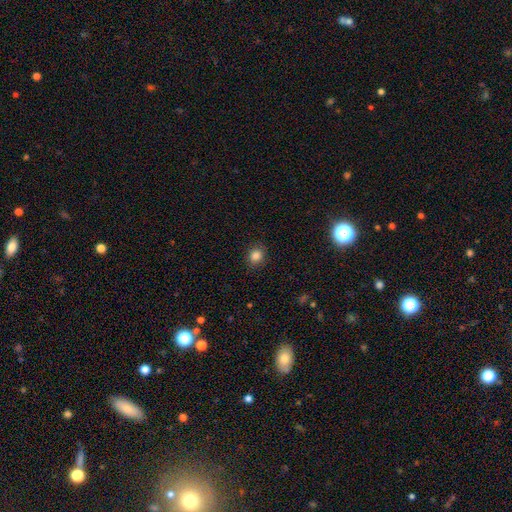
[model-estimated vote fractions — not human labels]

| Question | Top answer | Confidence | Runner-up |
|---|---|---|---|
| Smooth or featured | smooth | 84% | star or artifact (12%) |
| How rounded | round | 78% | in between (21%) |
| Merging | none | 88% | minor disturbance (8%) |